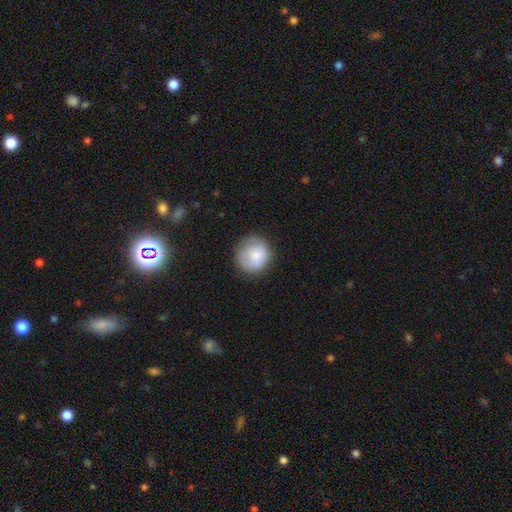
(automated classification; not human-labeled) A smooth galaxy with no disk features (84%) that is round (91%).

Vote fractions:
- Smooth or featured? smooth: 84% / featured or disk: 9% / star or artifact: 7%
- How rounded? round: 91% / in between: 8% / cigar-shaped: 1%
- Merging? none: 79% / minor disturbance: 15% / major disturbance: 4% / merger: 1%